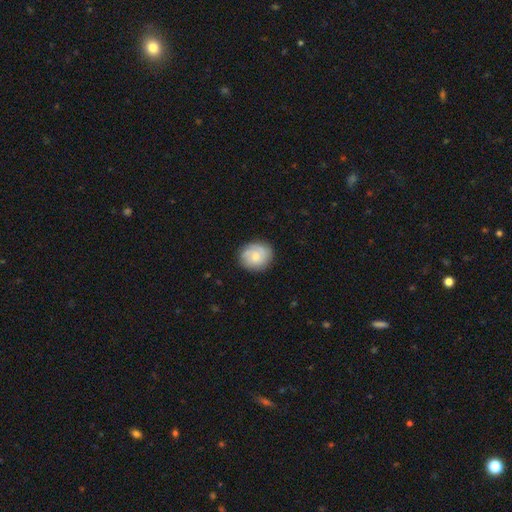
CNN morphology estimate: Smooth or featured? Predicted: smooth (p=0.56). How rounded? Predicted: round (p=0.74). Merging? Predicted: none (p=0.81).